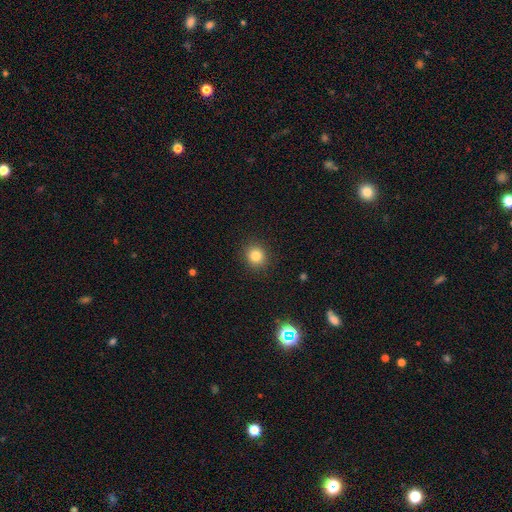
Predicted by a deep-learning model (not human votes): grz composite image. It shows a smooth galaxy with no disk features (83%) that is round (88%). Merging: none (91%).